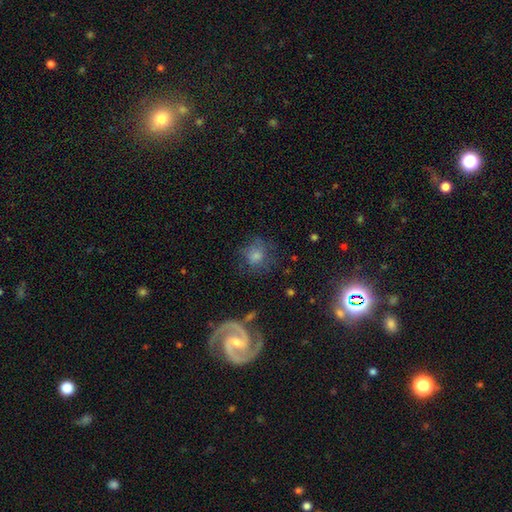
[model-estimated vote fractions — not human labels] smooth-or-featured: featured or disk: 48% | smooth: 32% | star or artifact: 20%
  merging: none: 73% | minor disturbance: 15% | major disturbance: 9% | merger: 4%